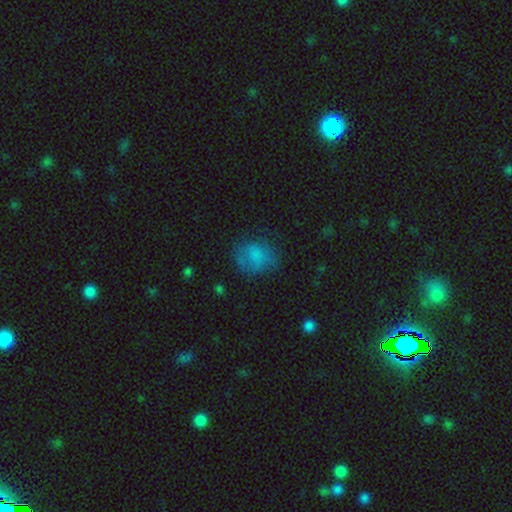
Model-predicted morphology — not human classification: A smooth galaxy with no disk features (73%) that is round (63%). Merging: none (59%).